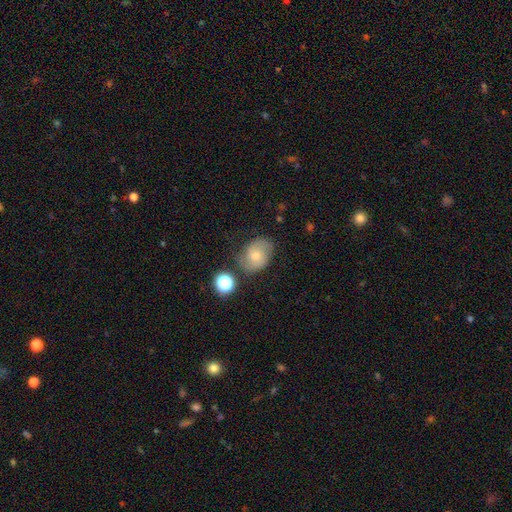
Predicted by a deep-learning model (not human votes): Smooth or featured?
  - featured or disk: 52% *
  - smooth: 37%
  - star or artifact: 11%
Edge-on disk?
  - no: 97% *
  - yes: 3%
Bar?
  - no: 68% *
  - weak: 27%
  - strong: 5%
Spiral arms?
  - yes: 86% *
  - no: 14%
Bulge size?
  - small: 49% *
  - moderate: 45%
  - none: 3%
  - large: 3%
  - dominant: 1%
Merging?
  - none: 68% *
  - minor disturbance: 21%
  - major disturbance: 7%
  - merger: 5%